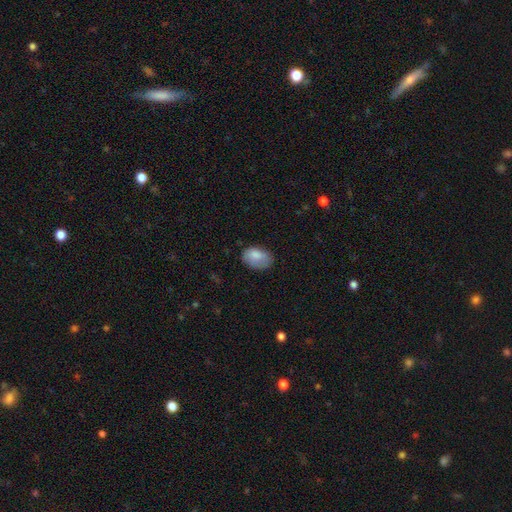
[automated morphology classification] Overall: smooth (82%). How rounded: in between (85%). Merging: none (60%; minor disturbance 30%).